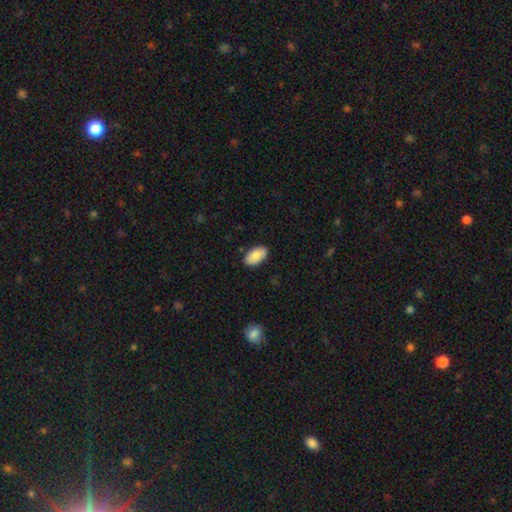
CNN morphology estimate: smooth-or-featured: smooth: 80% | featured or disk: 14% | star or artifact: 6%
  how-rounded: in between: 94% | round: 5% | cigar-shaped: 1%
  merging: none: 87% | minor disturbance: 10% | major disturbance: 2% | merger: 1%